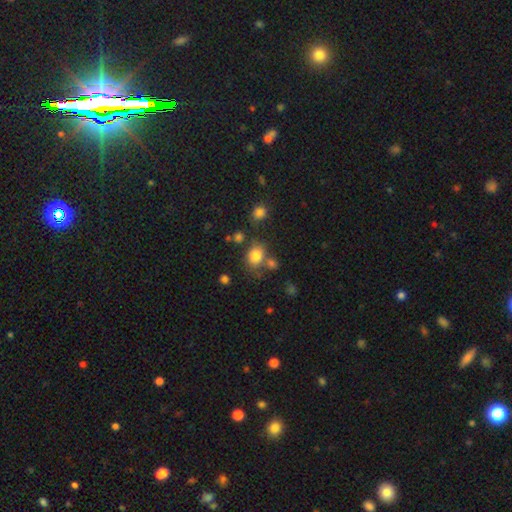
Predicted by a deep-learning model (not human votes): smooth_or_featured: smooth (p=0.80) [alt: star or artifact p=0.12]
how_rounded: round (p=0.53) [alt: in between p=0.46]
merging: none (p=0.67) [alt: minor disturbance p=0.14]